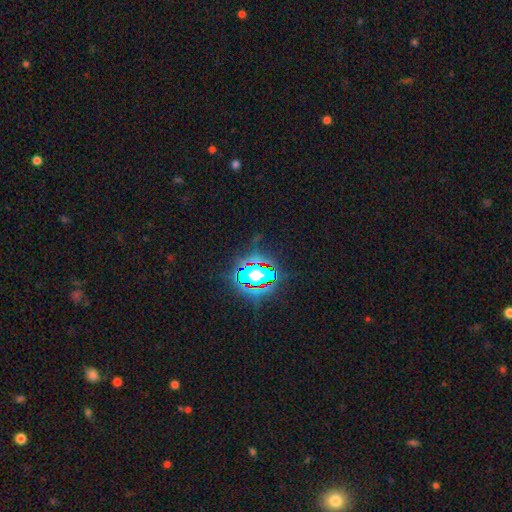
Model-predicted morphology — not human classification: A star or artifact, not a galaxy (81%).